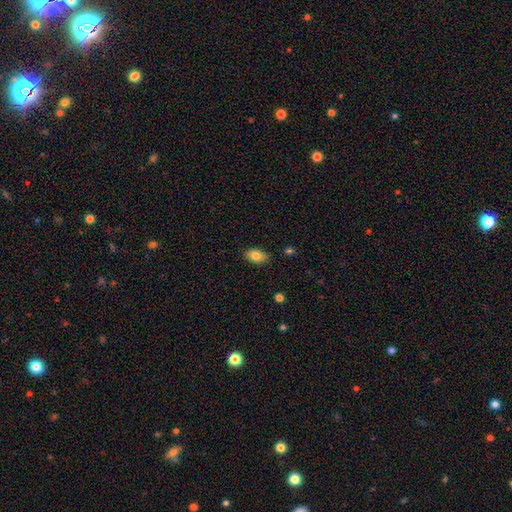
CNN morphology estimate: The model was most divided on "merging": none: 84%, minor disturbance: 13%, major disturbance: 2%, merger: 1%. More confident: how rounded — in between (89%); smooth or featured — smooth (82%).